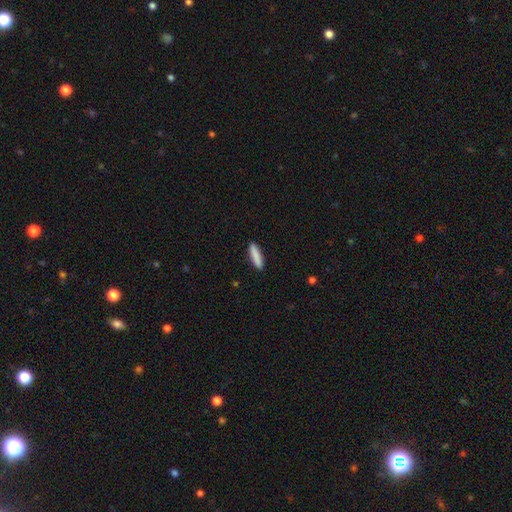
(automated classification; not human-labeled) Q: Smooth or featured?
A: smooth (87%); runner-up: featured or disk (7%)
Q: How rounded?
A: cigar-shaped (79%); runner-up: in between (20%)
Q: Merging?
A: none (90%); runner-up: minor disturbance (7%)